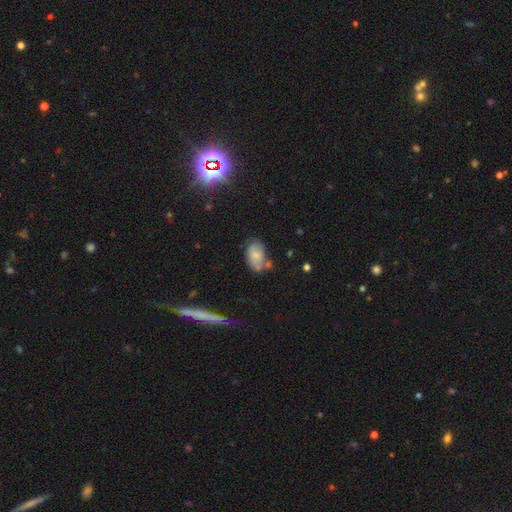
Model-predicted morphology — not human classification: smooth-or-featured: smooth: 72% | featured or disk: 19% | star or artifact: 9%
  how-rounded: in between: 91% | round: 7% | cigar-shaped: 2%
  merging: none: 52% | minor disturbance: 26% | merger: 14% | major disturbance: 8%